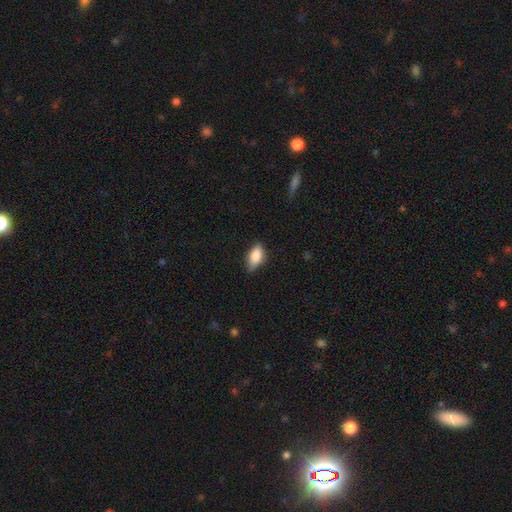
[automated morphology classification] Smooth or featured? Predicted: smooth (p=0.82). How rounded? Predicted: in between (p=0.88). Merging? Predicted: none (p=0.76).